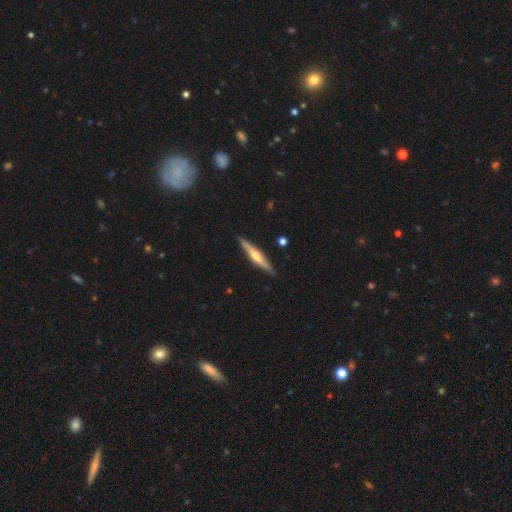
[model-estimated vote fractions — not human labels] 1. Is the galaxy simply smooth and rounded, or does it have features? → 58% featured or disk, 36% smooth, 5% star or artifact.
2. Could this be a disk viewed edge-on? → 95% yes, 5% no.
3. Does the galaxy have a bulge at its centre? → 71% rounded, 15% none, 14% boxy.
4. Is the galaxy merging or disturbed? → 86% none, 11% minor disturbance, 2% major disturbance, 1% merger.